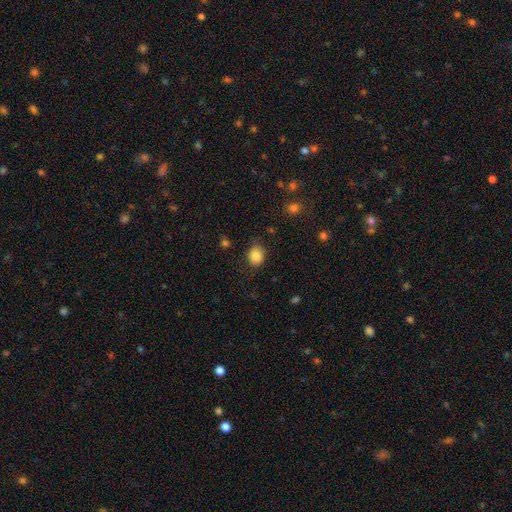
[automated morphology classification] smooth-or-featured: smooth: 84% | star or artifact: 10% | featured or disk: 6%
  how-rounded: round: 54% | in between: 45% | cigar-shaped: 1%
  merging: none: 81% | minor disturbance: 14% | major disturbance: 3% | merger: 1%